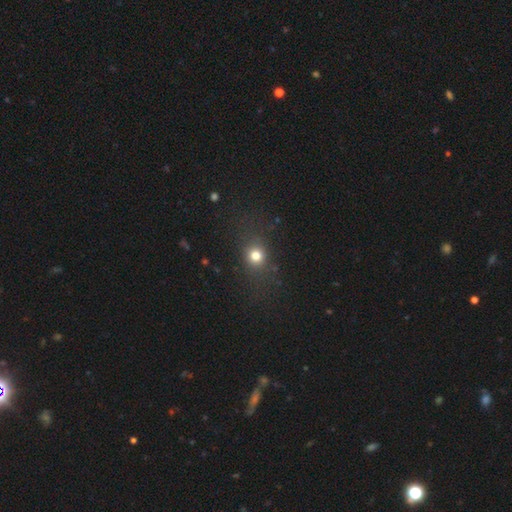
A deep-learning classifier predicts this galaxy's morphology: Smooth or featured? smooth (77%)
How rounded? round (72%)
Merging? none (77%)